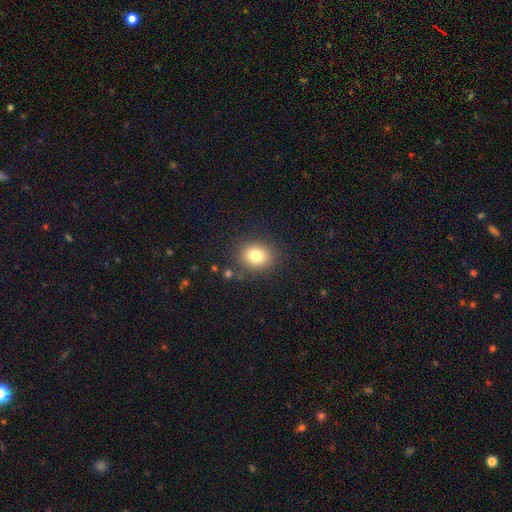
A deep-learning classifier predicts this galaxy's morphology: Smooth or featured?
  - smooth: 79% *
  - star or artifact: 12%
  - featured or disk: 9%
How rounded?
  - round: 65% *
  - in between: 34%
  - cigar-shaped: 1%
Merging?
  - none: 86% *
  - minor disturbance: 9%
  - major disturbance: 3%
  - merger: 2%